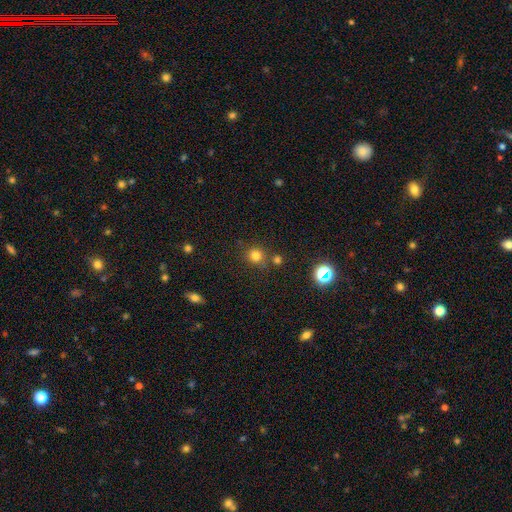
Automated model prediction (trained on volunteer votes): A smooth galaxy with no disk features (78%) that is round (90%).

Vote fractions:
- Smooth or featured? smooth: 78% / star or artifact: 16% / featured or disk: 6%
- How rounded? round: 90% / in between: 9% / cigar-shaped: 1%
- Merging? none: 73% / merger: 13% / minor disturbance: 10% / major disturbance: 4%